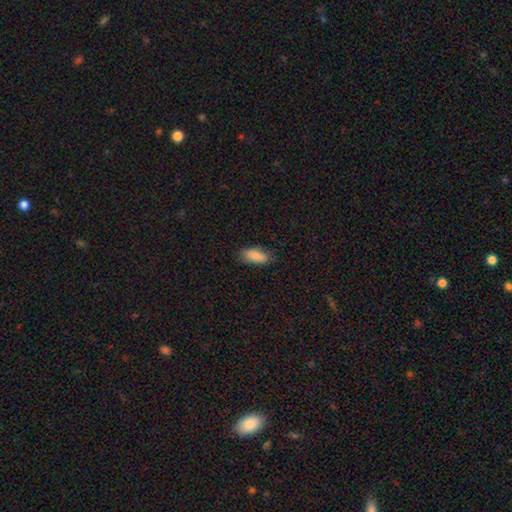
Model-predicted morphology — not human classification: Smooth or featured? Predicted: smooth (p=0.86). How rounded? Predicted: in between (p=0.86). Merging? Predicted: none (p=0.78).